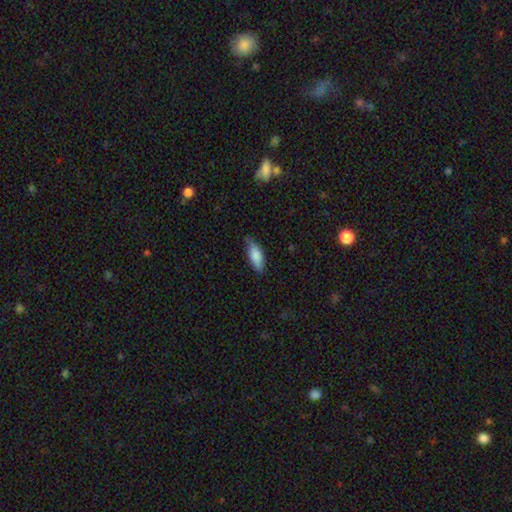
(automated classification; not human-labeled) Morphology: type=smooth (83%); roundness=in between (71%); merging=none (75%).